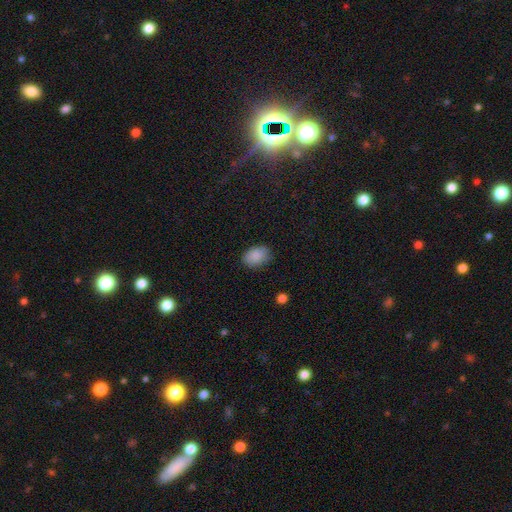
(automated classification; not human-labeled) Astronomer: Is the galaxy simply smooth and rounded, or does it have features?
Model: smooth — 88%.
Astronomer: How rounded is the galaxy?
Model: in between — 81%.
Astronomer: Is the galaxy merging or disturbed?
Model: none — 79%.